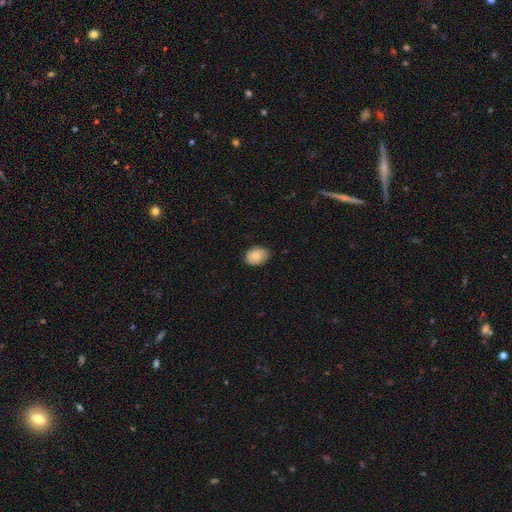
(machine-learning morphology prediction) This is clearly a smooth galaxy (81%). How rounded: likely in between (69%). Merging: clearly none (80%).